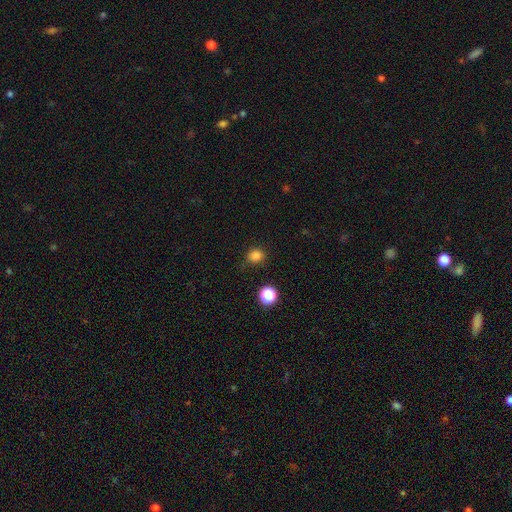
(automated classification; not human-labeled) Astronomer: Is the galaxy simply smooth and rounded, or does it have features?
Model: smooth — 82%.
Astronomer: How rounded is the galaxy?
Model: round — 75%.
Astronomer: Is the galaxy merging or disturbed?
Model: none — 80%.